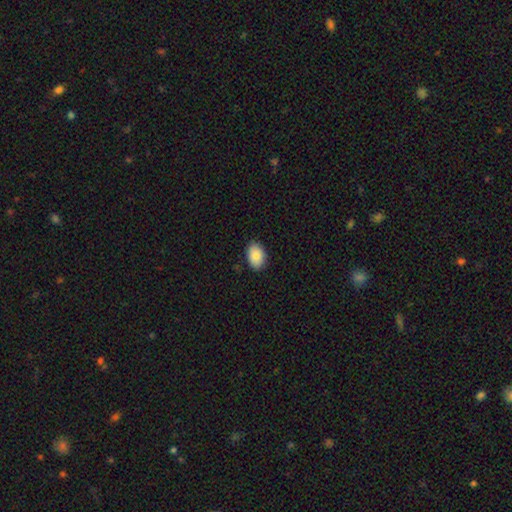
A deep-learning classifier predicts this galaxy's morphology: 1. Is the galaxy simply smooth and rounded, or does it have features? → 86% smooth, 7% featured or disk, 7% star or artifact.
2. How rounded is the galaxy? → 85% in between, 14% round, 1% cigar-shaped.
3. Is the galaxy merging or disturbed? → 88% none, 10% minor disturbance, 2% major disturbance, 1% merger.